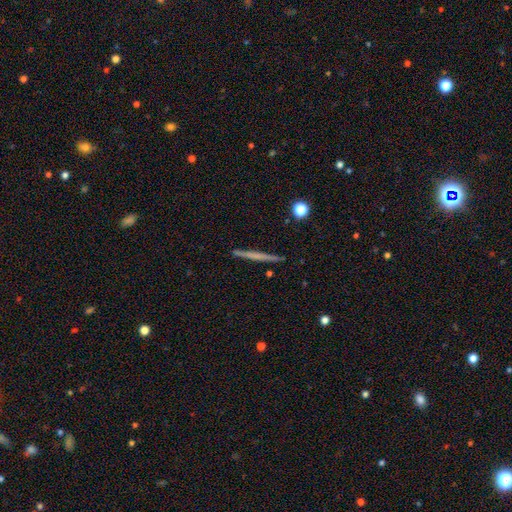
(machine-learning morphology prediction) This is possibly a featured or disk galaxy (49%). Merging: clearly none (91%).